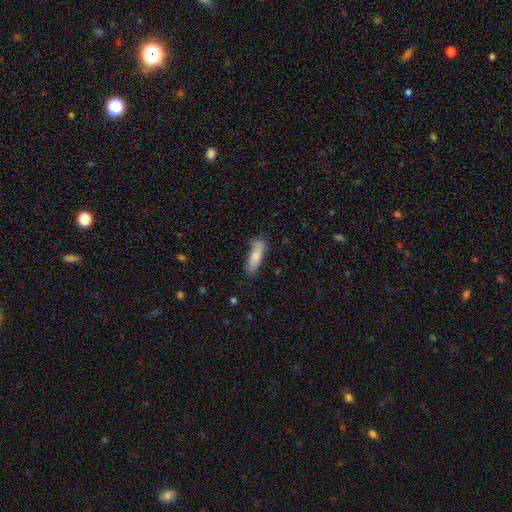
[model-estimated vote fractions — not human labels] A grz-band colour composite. It shows a smooth galaxy with no disk features (79%) that is cigar-shaped (56%). Merging: none (66%).